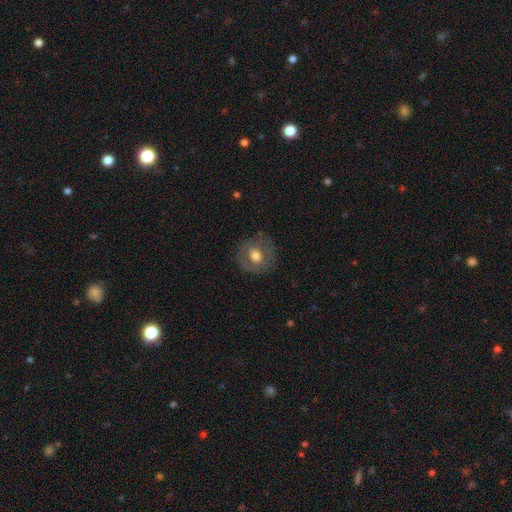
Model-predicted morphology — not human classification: Smooth or featured? smooth (58%)
How rounded? round (86%)
Merging? none (82%)